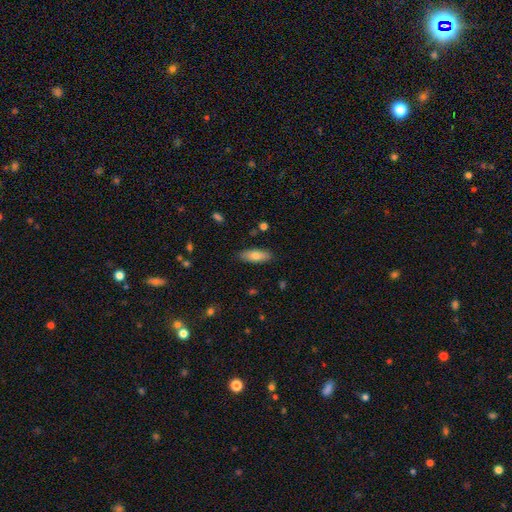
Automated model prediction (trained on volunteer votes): Smooth or featured? smooth (75%)
How rounded? in between (73%)
Merging? none (86%)